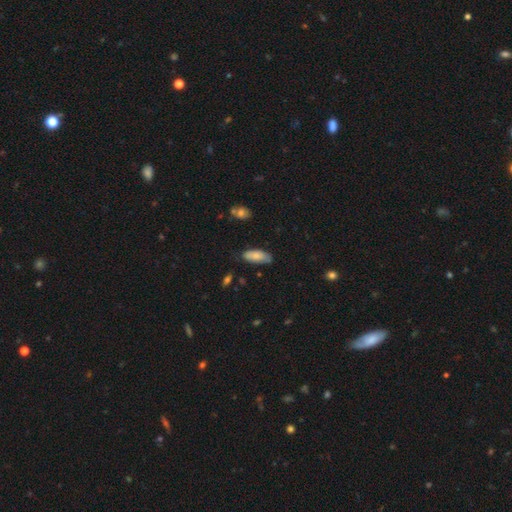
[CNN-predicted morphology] Smooth or featured? smooth (80%)
How rounded? in between (80%)
Merging? none (72%)